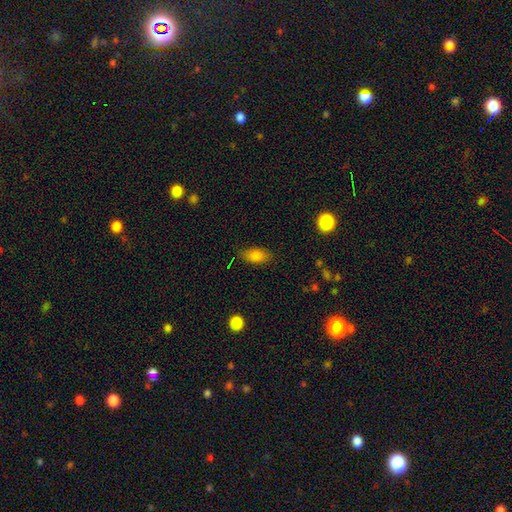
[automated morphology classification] Smooth or featured: smooth — 83% (star or artifact — 9%)
How rounded: in between — 88% (cigar-shaped — 6%)
Merging: none — 80% (minor disturbance — 15%)